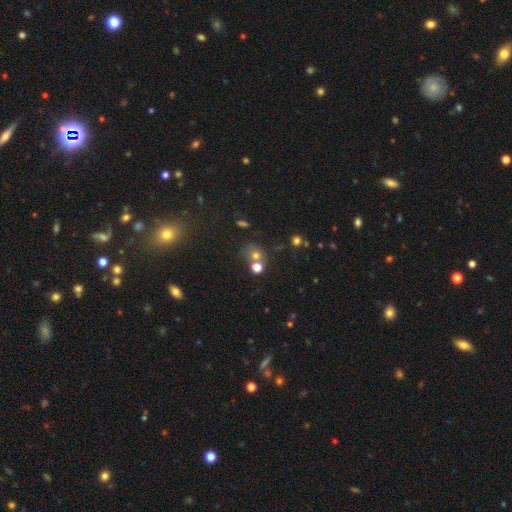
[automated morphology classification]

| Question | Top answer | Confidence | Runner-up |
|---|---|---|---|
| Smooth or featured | smooth | 65% | star or artifact (22%) |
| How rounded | round | 76% | in between (23%) |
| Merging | none | 47% | merger (36%) |